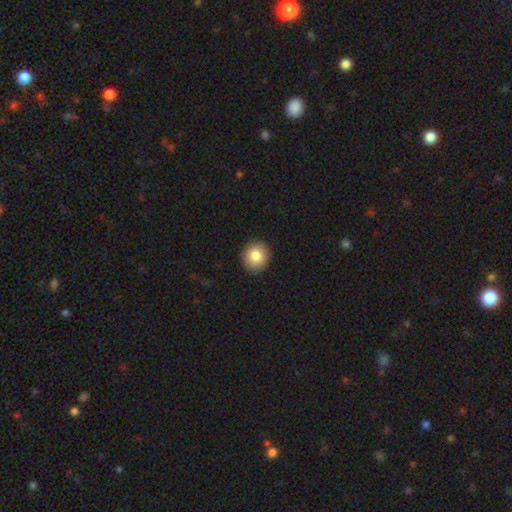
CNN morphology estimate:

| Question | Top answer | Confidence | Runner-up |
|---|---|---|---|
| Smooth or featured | smooth | 84% | star or artifact (8%) |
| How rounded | round | 89% | in between (10%) |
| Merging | none | 92% | minor disturbance (6%) |